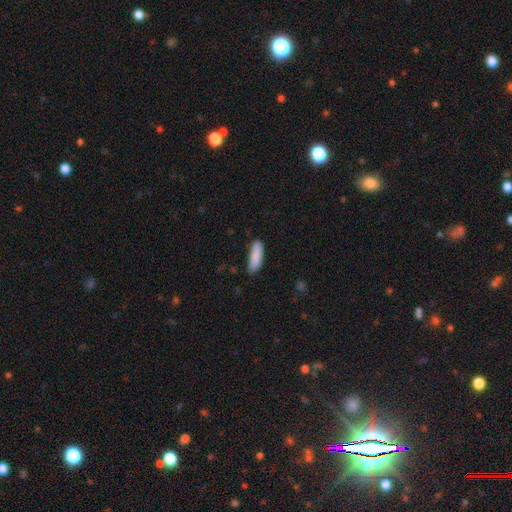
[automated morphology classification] This is clearly a smooth galaxy (88%). How rounded: possibly in between (56%). Merging: likely none (74%).